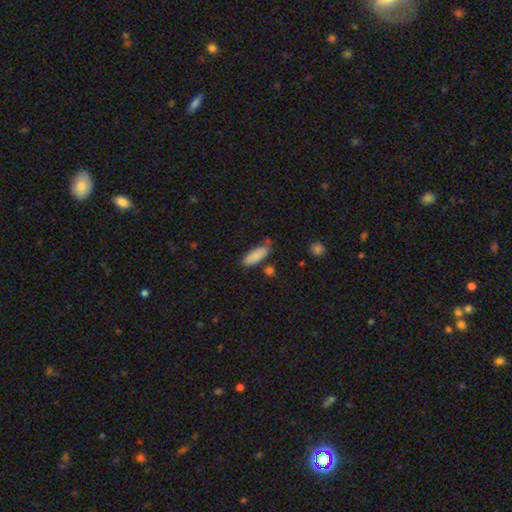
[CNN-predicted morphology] This appears to be a smooth galaxy with no disk features (87%) that is in between round and cigar-shaped (60%). Merging: none (71%).